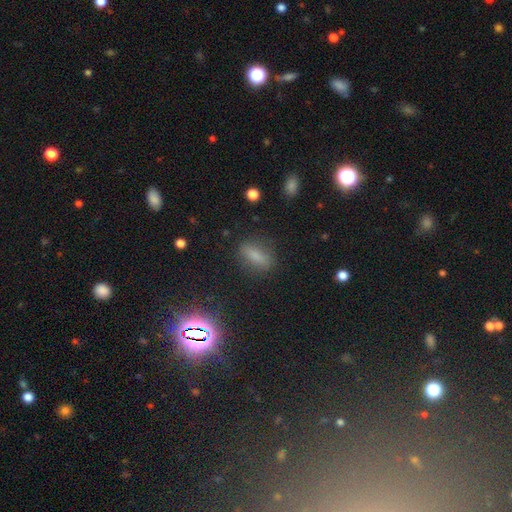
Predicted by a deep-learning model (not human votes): Smooth or featured?
  - smooth: 72% *
  - star or artifact: 16%
  - featured or disk: 12%
How rounded?
  - in between: 62% *
  - cigar-shaped: 31%
  - round: 7%
Merging?
  - none: 81% *
  - minor disturbance: 13%
  - major disturbance: 4%
  - merger: 2%